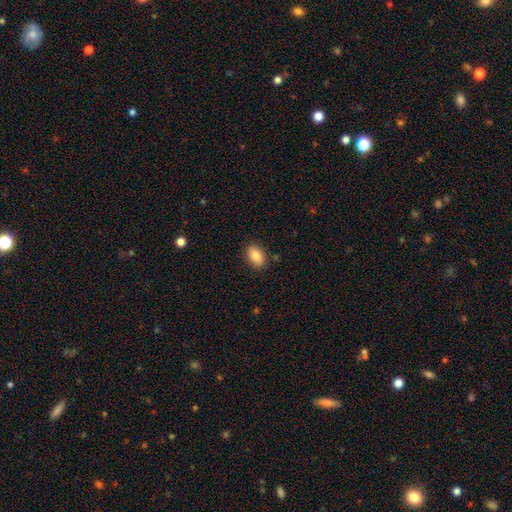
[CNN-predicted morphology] A smooth galaxy with no disk features (85%) that is in between round and cigar-shaped (86%).

Vote fractions:
- Smooth or featured? smooth: 85% / featured or disk: 8% / star or artifact: 8%
- How rounded? in between: 86% / round: 12% / cigar-shaped: 2%
- Merging? none: 87% / minor disturbance: 10% / major disturbance: 2% / merger: 1%